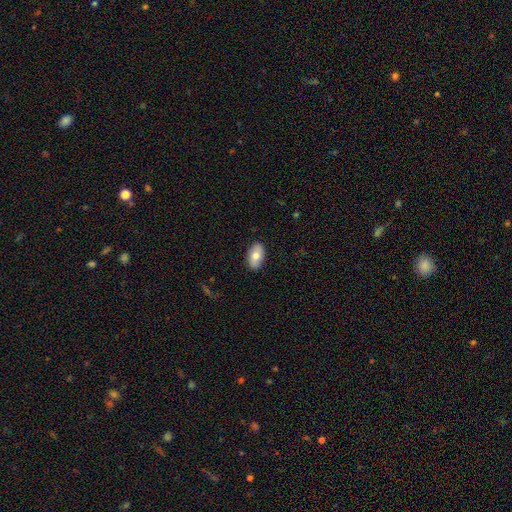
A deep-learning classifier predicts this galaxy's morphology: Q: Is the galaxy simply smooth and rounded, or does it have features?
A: smooth — 75%.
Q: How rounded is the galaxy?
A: in between — 94%.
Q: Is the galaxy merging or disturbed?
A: none — 88%.